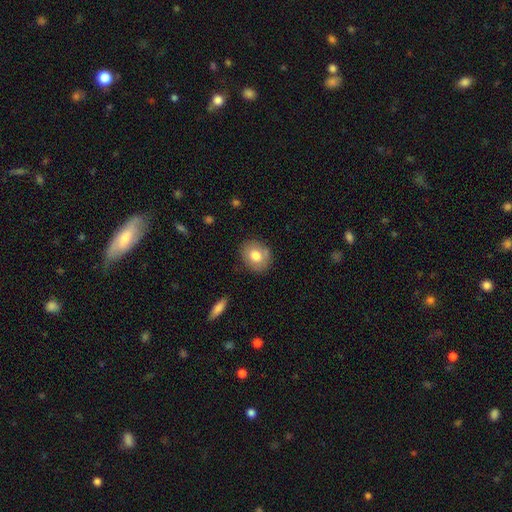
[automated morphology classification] This is likely a smooth galaxy (74%). How rounded: possibly round (60%). Merging: likely none (79%).